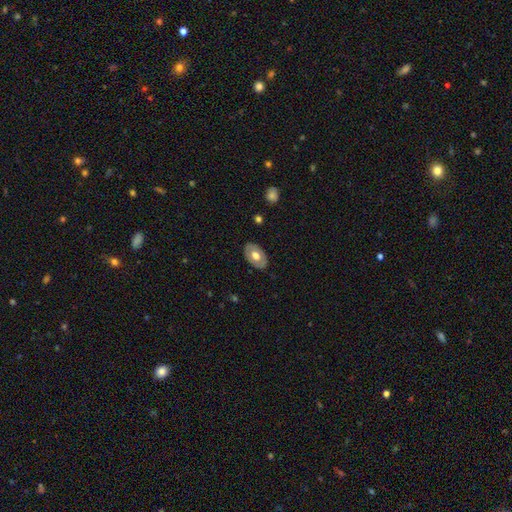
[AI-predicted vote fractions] Overall: smooth (53%; featured or disk 42%). How rounded: in between (87%). Merging: none (84%).